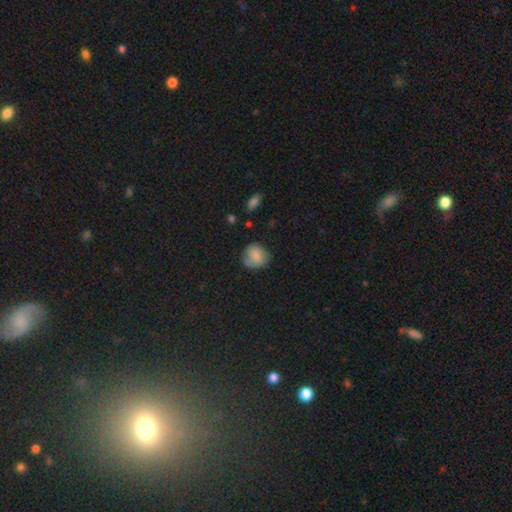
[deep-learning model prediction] smooth_or_featured: smooth (p=0.77) [alt: featured or disk p=0.14]
how_rounded: round (p=0.75) [alt: in between p=0.24]
merging: none (p=0.63) [alt: minor disturbance p=0.26]